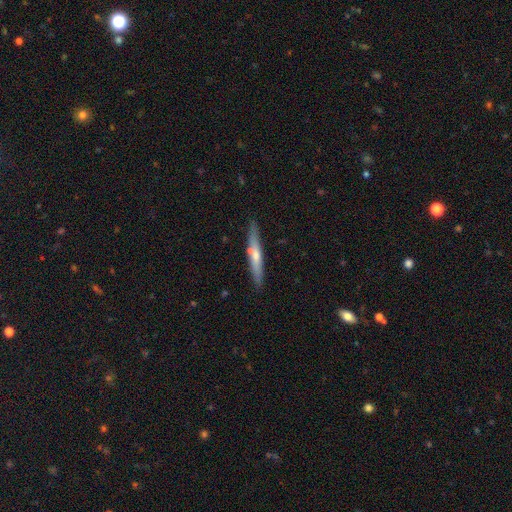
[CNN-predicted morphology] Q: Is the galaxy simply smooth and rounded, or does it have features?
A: featured or disk — 60%.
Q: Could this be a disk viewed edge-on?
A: yes — 95%.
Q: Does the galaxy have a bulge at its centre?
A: rounded — 70%.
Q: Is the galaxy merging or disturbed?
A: none — 89%.